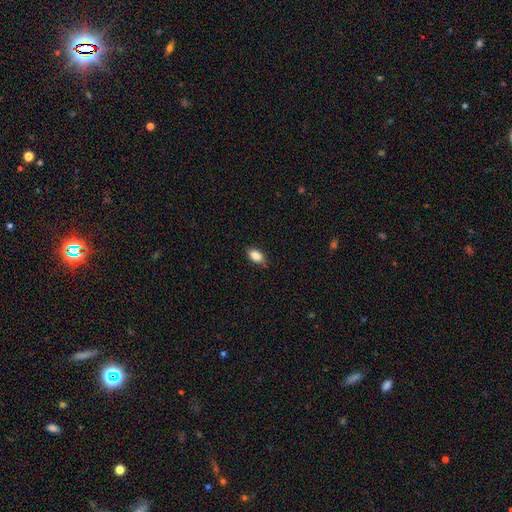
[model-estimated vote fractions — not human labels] Smooth or featured?
  - smooth: 88% *
  - star or artifact: 8%
  - featured or disk: 4%
How rounded?
  - in between: 90% *
  - round: 7%
  - cigar-shaped: 2%
Merging?
  - none: 85% *
  - minor disturbance: 12%
  - major disturbance: 2%
  - merger: 1%